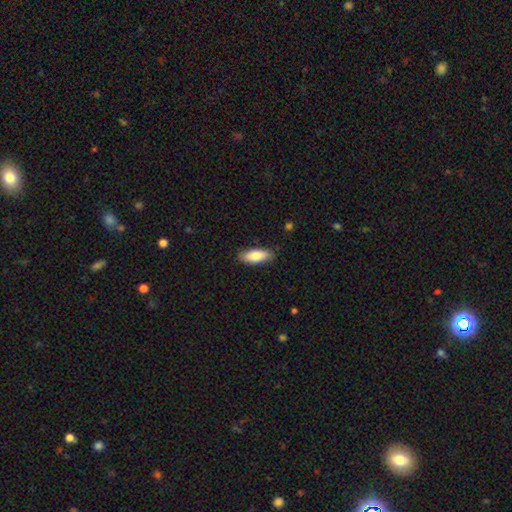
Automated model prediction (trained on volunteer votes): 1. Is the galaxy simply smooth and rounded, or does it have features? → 81% smooth, 13% featured or disk, 6% star or artifact.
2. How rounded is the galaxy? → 78% in between, 20% cigar-shaped, 2% round.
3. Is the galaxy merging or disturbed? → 85% none, 12% minor disturbance, 2% major disturbance, 1% merger.